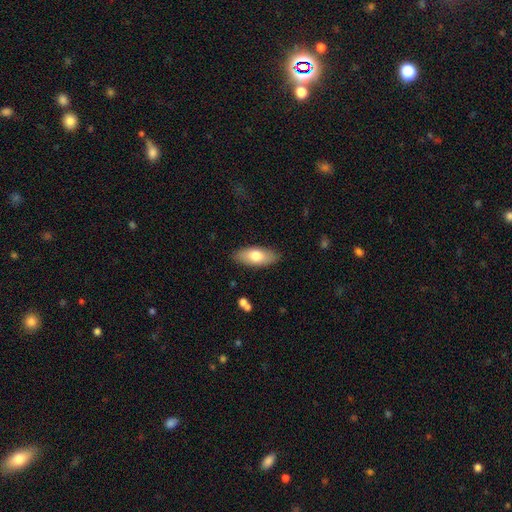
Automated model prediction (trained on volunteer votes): A smooth galaxy with no disk features (73%) that is in between round and cigar-shaped (82%).

Vote fractions:
- Smooth or featured? smooth: 73% / featured or disk: 22% / star or artifact: 6%
- How rounded? in between: 82% / cigar-shaped: 15% / round: 3%
- Merging? none: 86% / minor disturbance: 10% / major disturbance: 2% / merger: 1%